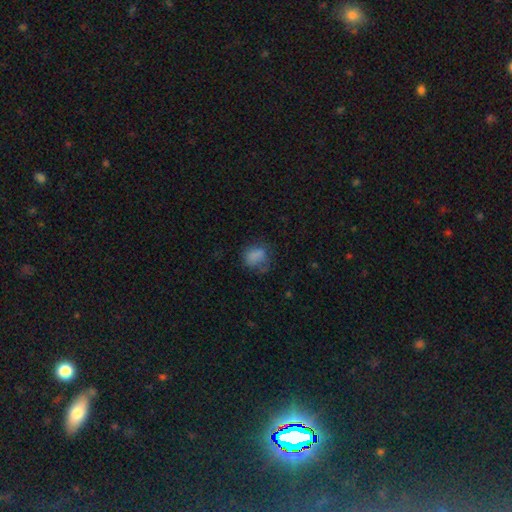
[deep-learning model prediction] A smooth galaxy with no disk features (76%) that is in between round and cigar-shaped (53%). Merging: none (50%).